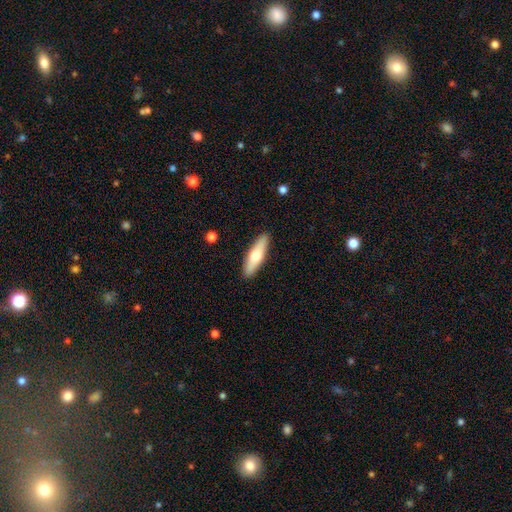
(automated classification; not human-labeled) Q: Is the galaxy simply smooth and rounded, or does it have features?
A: smooth — 57%.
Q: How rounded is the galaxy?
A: cigar-shaped — 63%.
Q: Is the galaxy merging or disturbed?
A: none — 90%.